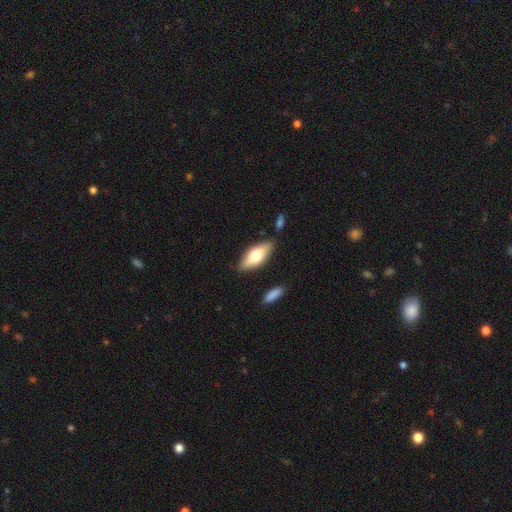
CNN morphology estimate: This appears to be a smooth galaxy with no disk features (67%) that is in between round and cigar-shaped (78%). Merging: none (82%).